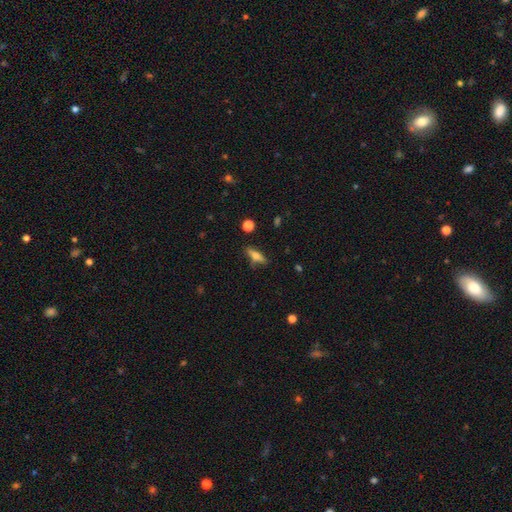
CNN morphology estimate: This is likely a smooth galaxy (60%). How rounded: possibly cigar-shaped (50%). Merging: likely none (74%).